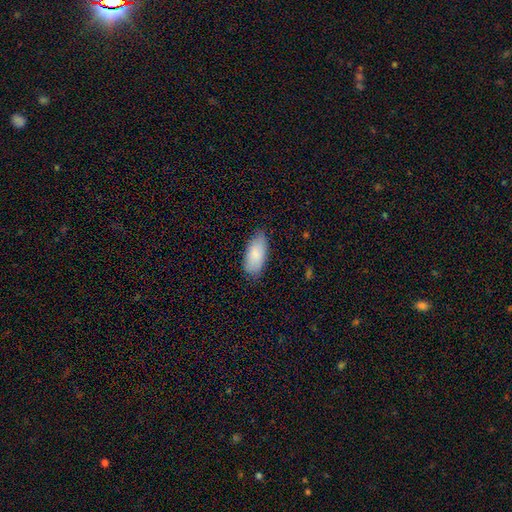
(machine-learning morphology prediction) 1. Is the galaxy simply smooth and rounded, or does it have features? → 85% smooth, 9% featured or disk, 6% star or artifact.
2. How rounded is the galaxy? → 91% in between, 7% cigar-shaped, 2% round.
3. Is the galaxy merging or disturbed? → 79% none, 17% minor disturbance, 3% major disturbance, 1% merger.